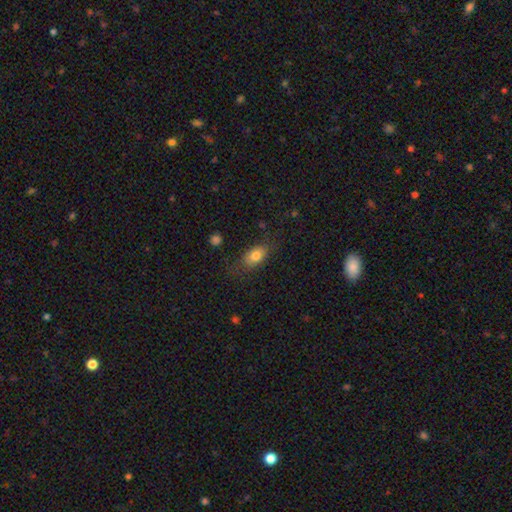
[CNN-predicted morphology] Overall: smooth (79%). How rounded: in between (83%). Merging: none (71%).